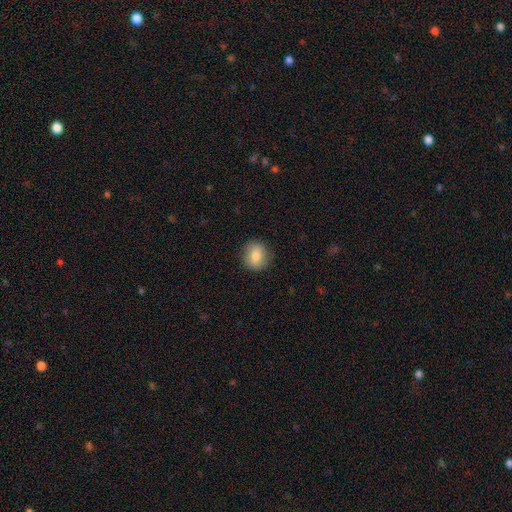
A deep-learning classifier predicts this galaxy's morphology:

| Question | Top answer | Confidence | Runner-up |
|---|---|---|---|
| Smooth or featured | smooth | 78% | featured or disk (13%) |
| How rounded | round | 76% | in between (23%) |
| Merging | none | 87% | minor disturbance (9%) |